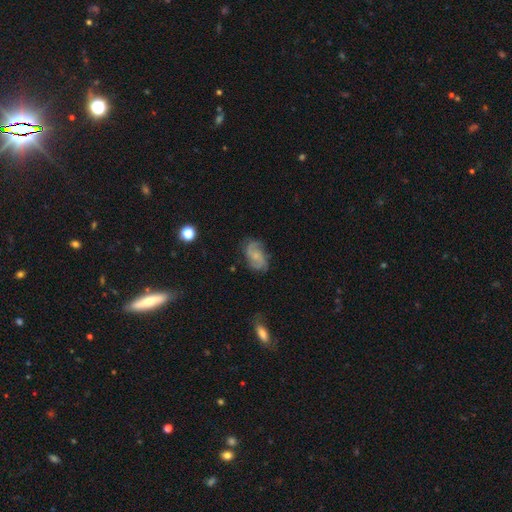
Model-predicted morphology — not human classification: The model was most divided on "spiral winding": medium: 48%, loose: 28%, tight: 24%. More confident: edge-on disk — no (97%); spiral arms — yes (95%); smooth or featured — featured or disk (75%); merging — none (72%); spiral arm count — 2 (71%); bar — no (59%); bulge size — small (52%).